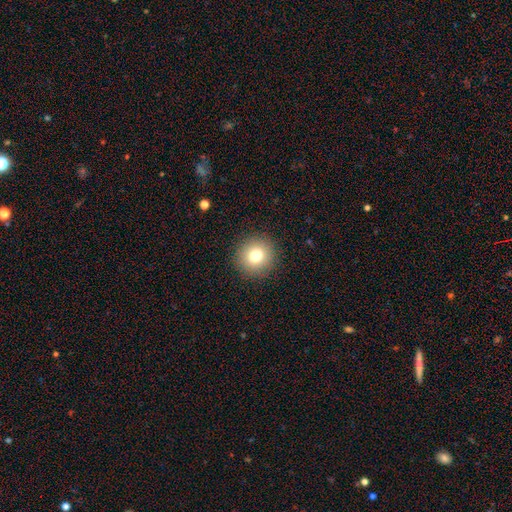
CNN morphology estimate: smooth-or-featured: smooth: 79% | star or artifact: 11% | featured or disk: 10%
  how-rounded: round: 92% | in between: 7% | cigar-shaped: 1%
  merging: none: 91% | minor disturbance: 6% | major disturbance: 2% | merger: 1%